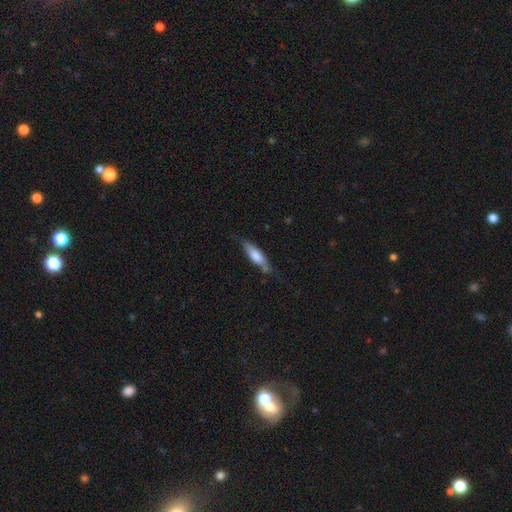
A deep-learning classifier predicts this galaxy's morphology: Smooth or featured?
  - smooth: 66% *
  - featured or disk: 28%
  - star or artifact: 5%
How rounded?
  - cigar-shaped: 61% *
  - in between: 38%
  - round: 2%
Merging?
  - none: 68% *
  - minor disturbance: 25%
  - major disturbance: 5%
  - merger: 2%